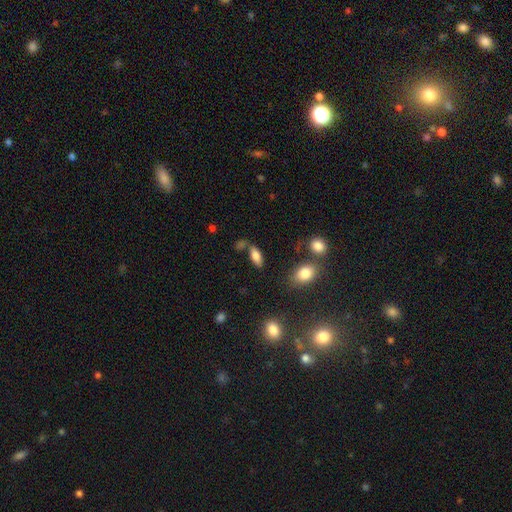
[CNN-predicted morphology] Overall: smooth (79%). How rounded: in between (81%). Merging: none (60%).